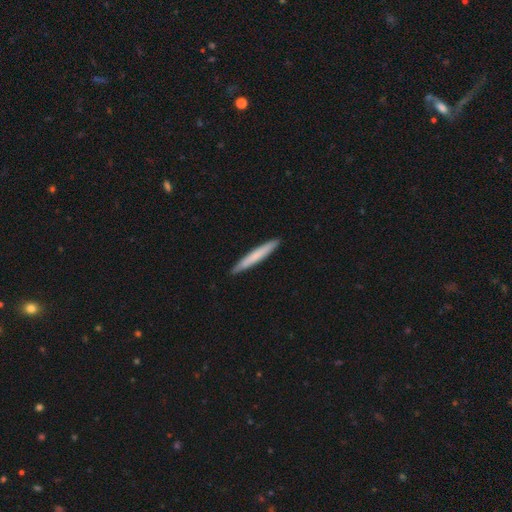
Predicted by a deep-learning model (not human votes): Smooth or featured?
  - smooth: 71% *
  - featured or disk: 24%
  - star or artifact: 5%
How rounded?
  - cigar-shaped: 96% *
  - in between: 3%
  - round: 1%
Merging?
  - none: 91% *
  - minor disturbance: 7%
  - major disturbance: 1%
  - merger: 1%